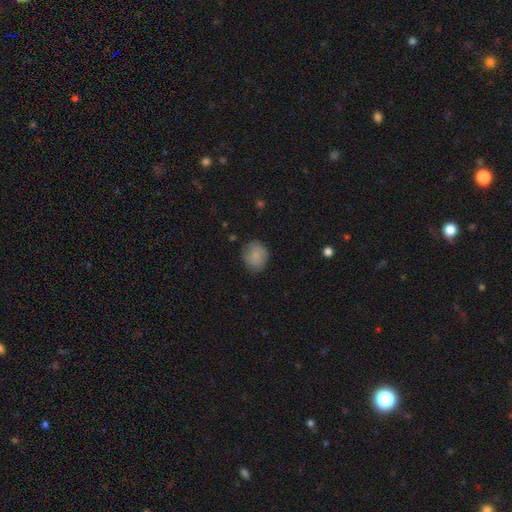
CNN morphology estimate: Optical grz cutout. It shows a smooth galaxy with no disk features (83%) that is round (66%). Merging: none (78%).